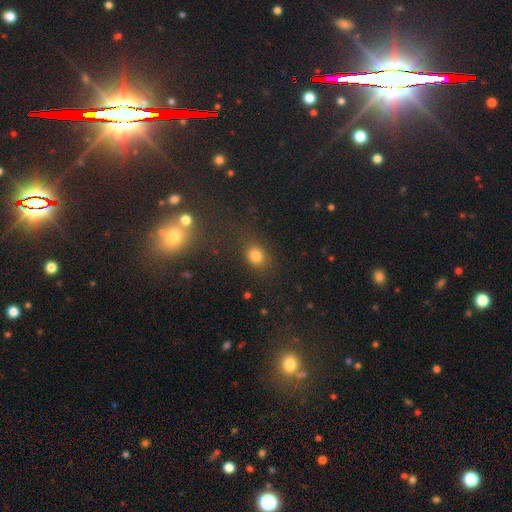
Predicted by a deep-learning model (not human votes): Smooth or featured?
  - smooth: 78% *
  - star or artifact: 15%
  - featured or disk: 7%
How rounded?
  - round: 51% *
  - in between: 47%
  - cigar-shaped: 2%
Merging?
  - none: 75% *
  - minor disturbance: 13%
  - major disturbance: 7%
  - merger: 5%